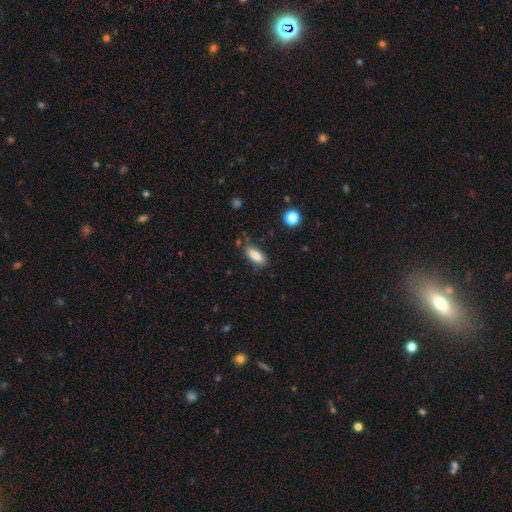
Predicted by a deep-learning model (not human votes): A smooth galaxy with no disk features (84%) that is in between round and cigar-shaped (74%). Merging: none (75%).